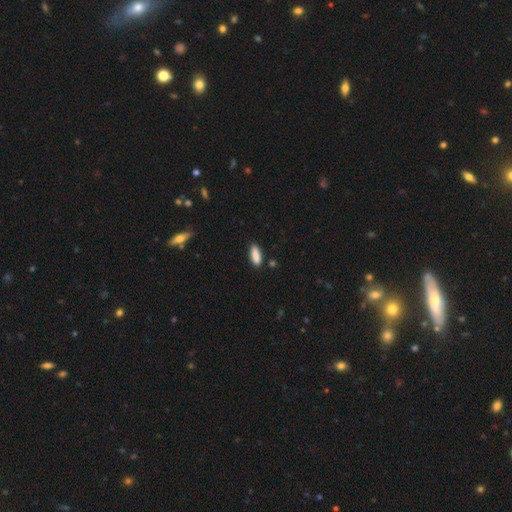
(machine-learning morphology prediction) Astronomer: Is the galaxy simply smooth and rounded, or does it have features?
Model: smooth — 88%.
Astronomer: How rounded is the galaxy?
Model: in between — 58% (runner-up: cigar-shaped, 40%).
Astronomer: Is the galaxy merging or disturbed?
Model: none — 85%.